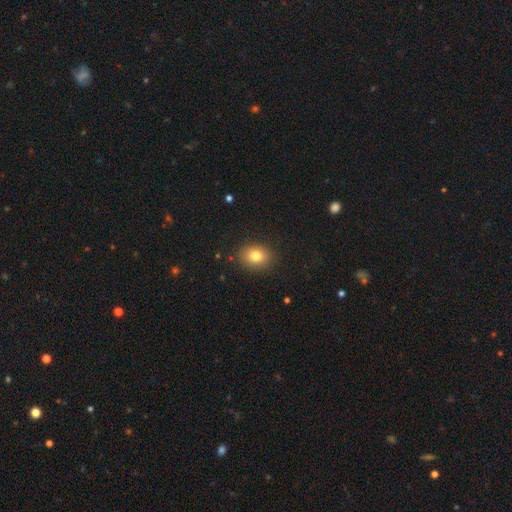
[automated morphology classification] type=smooth (80%); roundness=in between (53%); merging=none (87%).